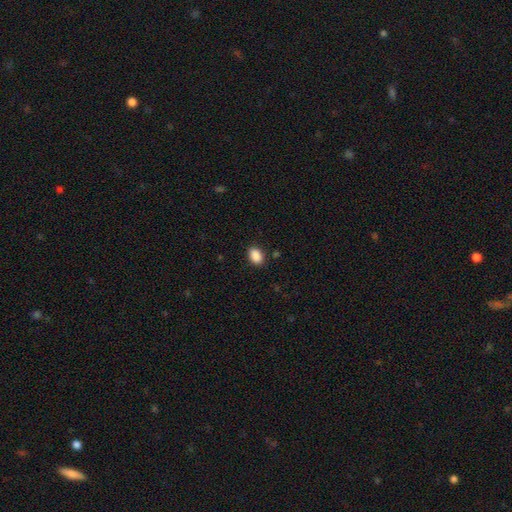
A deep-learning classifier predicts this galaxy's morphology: smooth_or_featured: smooth (p=0.89) [alt: star or artifact p=0.08]
how_rounded: in between (p=0.78) [alt: round p=0.21]
merging: none (p=0.87) [alt: minor disturbance p=0.09]